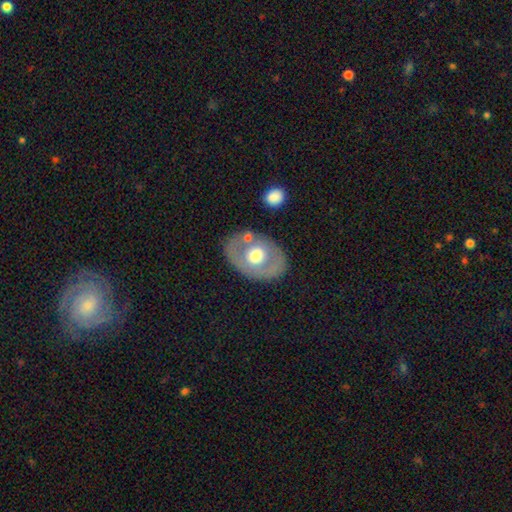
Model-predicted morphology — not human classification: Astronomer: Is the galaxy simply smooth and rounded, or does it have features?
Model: featured or disk — 47%, tied with smooth at 47%.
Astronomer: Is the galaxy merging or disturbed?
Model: none — 76%.